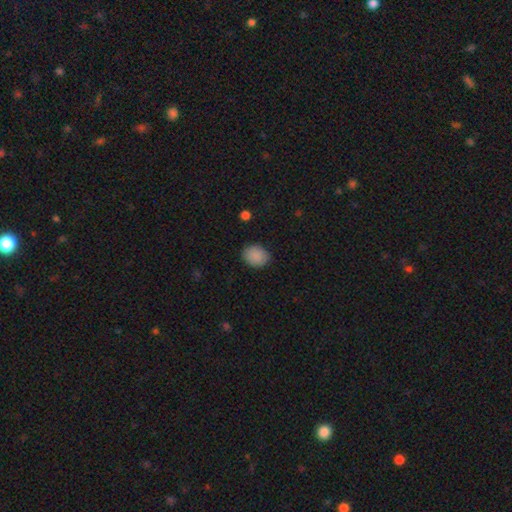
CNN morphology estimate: smooth-or-featured: smooth: 89% | star or artifact: 7% | featured or disk: 4%
  how-rounded: in between: 50% | round: 49% | cigar-shaped: 1%
  merging: none: 85% | minor disturbance: 12% | major disturbance: 2% | merger: 1%